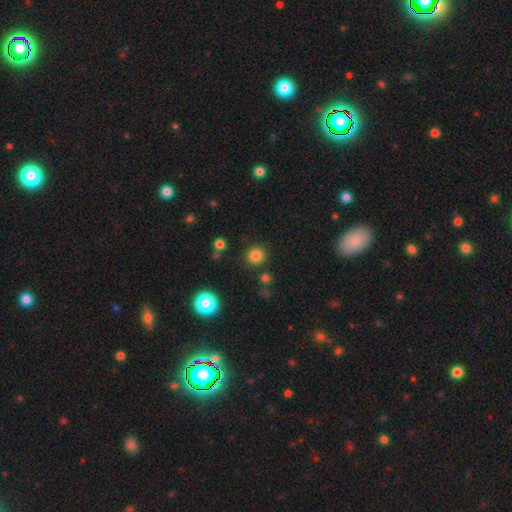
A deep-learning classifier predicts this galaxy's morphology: Smooth or featured? Predicted: smooth (p=0.82). How rounded? Predicted: round (p=0.92). Merging? Predicted: none (p=0.87).